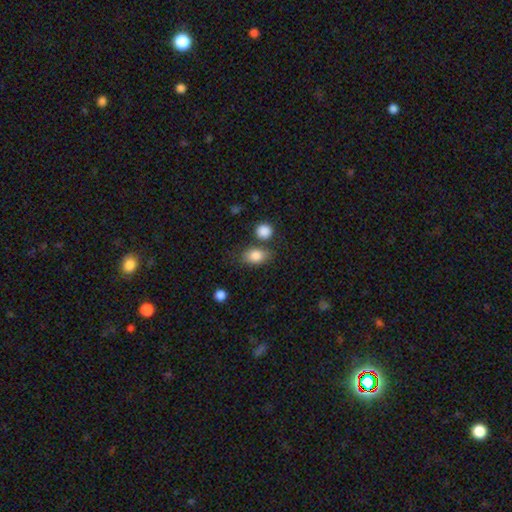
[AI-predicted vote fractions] This is clearly a smooth galaxy (84%). How rounded: likely in between (78%). Merging: likely none (68%).